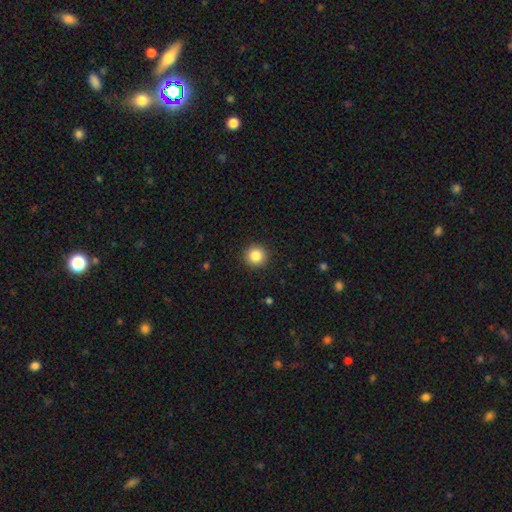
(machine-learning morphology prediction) Q: Smooth or featured?
A: smooth (86%); runner-up: star or artifact (10%)
Q: How rounded?
A: round (95%); runner-up: in between (4%)
Q: Merging?
A: none (92%); runner-up: minor disturbance (5%)